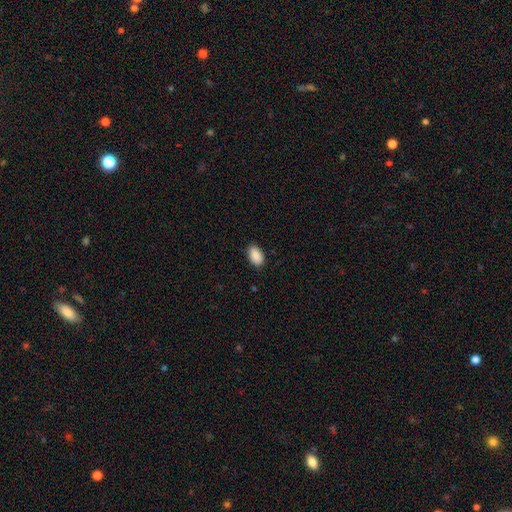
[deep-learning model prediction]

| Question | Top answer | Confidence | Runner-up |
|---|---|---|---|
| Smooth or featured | smooth | 90% | star or artifact (7%) |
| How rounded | in between | 93% | round (6%) |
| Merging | none | 87% | minor disturbance (10%) |